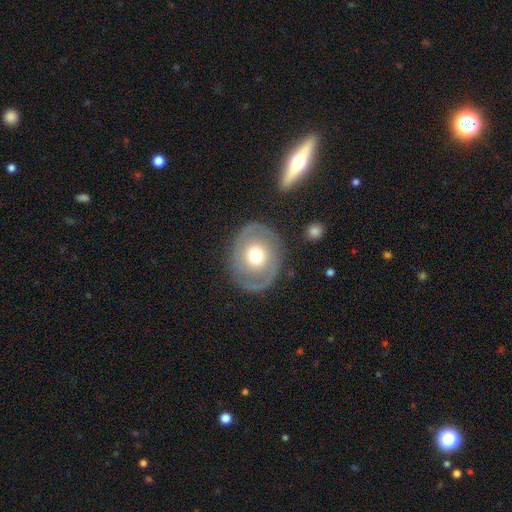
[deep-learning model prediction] Smooth or featured?
  - featured or disk: 61% *
  - smooth: 33%
  - star or artifact: 6%
Edge-on disk?
  - no: 95% *
  - yes: 5%
Bar?
  - no: 78% *
  - weak: 17%
  - strong: 5%
Spiral arms?
  - yes: 55% *
  - no: 45%
Bulge size?
  - moderate: 64% *
  - large: 24%
  - small: 8%
  - dominant: 3%
  - none: 1%
Merging?
  - none: 81% *
  - minor disturbance: 12%
  - major disturbance: 6%
  - merger: 2%